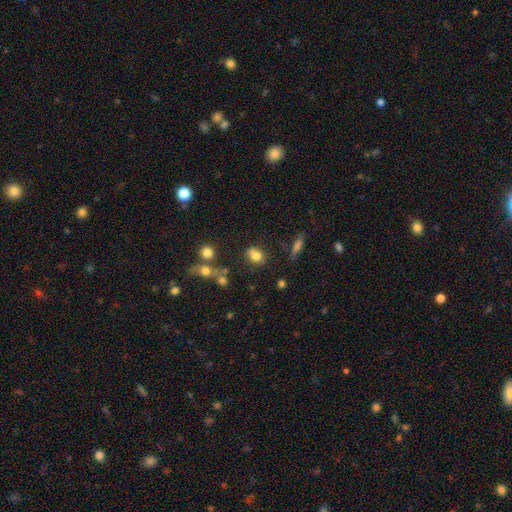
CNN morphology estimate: type=smooth (76%); roundness=in between (57%); merging=none (59%).